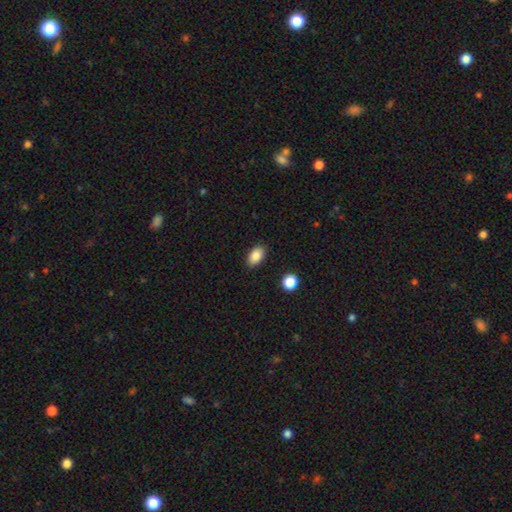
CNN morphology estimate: type=smooth (87%); roundness=in between (90%); merging=none (88%).